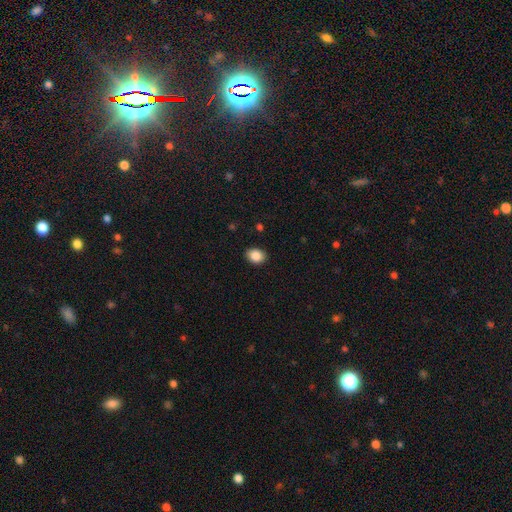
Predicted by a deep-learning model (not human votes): smooth 88%, star or artifact 8%, featured or disk 4%. Down the decision tree: how rounded — in between (58%); merging — none (89%).